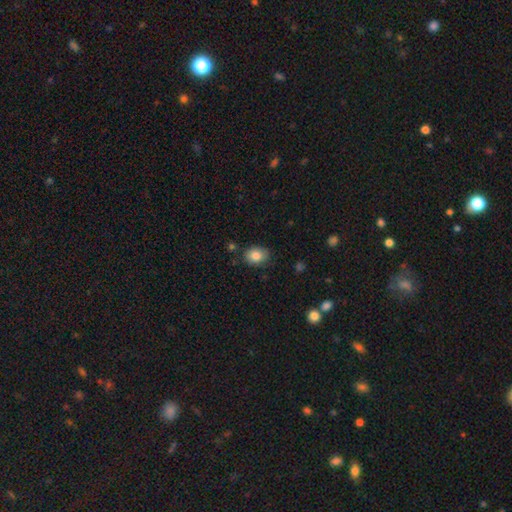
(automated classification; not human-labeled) Smooth or featured: smooth — 84% (star or artifact — 8%)
How rounded: in between — 60% (round — 39%)
Merging: none — 77% (minor disturbance — 17%)